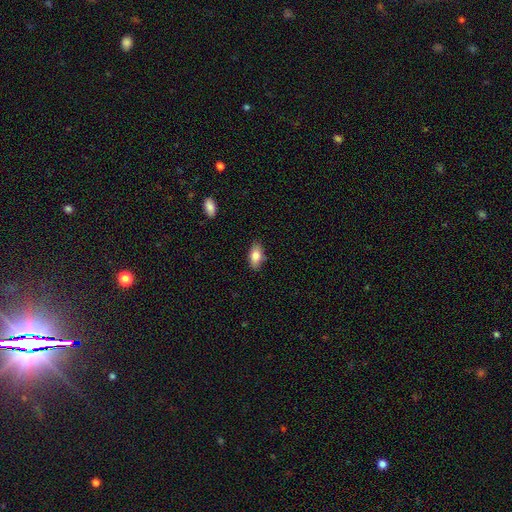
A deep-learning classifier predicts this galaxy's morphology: A smooth galaxy with no disk features (81%) that is in between round and cigar-shaped (90%). Merging: none (84%).